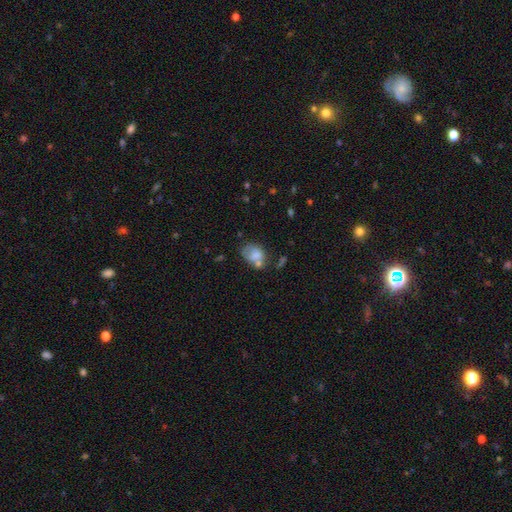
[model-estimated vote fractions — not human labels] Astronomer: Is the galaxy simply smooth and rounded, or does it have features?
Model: smooth — 67%.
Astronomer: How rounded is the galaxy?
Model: in between — 71%.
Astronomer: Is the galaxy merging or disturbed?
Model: merger — 31%, tied with none at 31%.